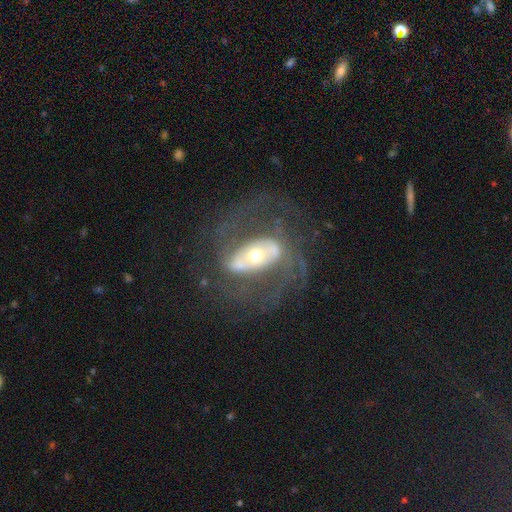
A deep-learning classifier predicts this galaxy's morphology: featured or disk 83%, smooth 11%, star or artifact 6%. Down the decision tree: edge-on disk — no (94%); bar — no (42%); spiral arms — yes (84%); spiral arm count — 2 (74%); spiral winding — medium (44%); bulge size — moderate (65%); merging — none (62%).